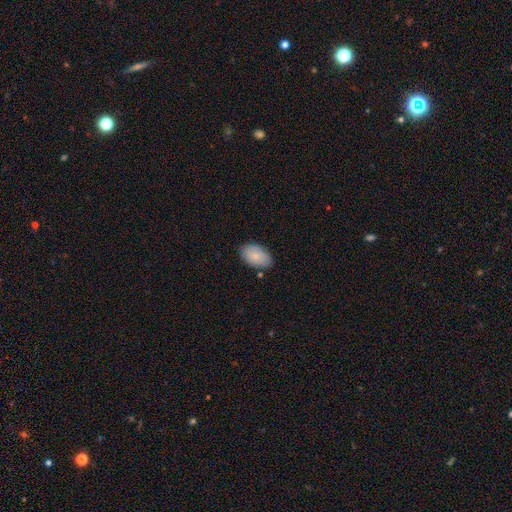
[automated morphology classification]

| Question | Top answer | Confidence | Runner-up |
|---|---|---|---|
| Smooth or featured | smooth | 83% | featured or disk (11%) |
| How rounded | in between | 94% | round (5%) |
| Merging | none | 83% | minor disturbance (12%) |